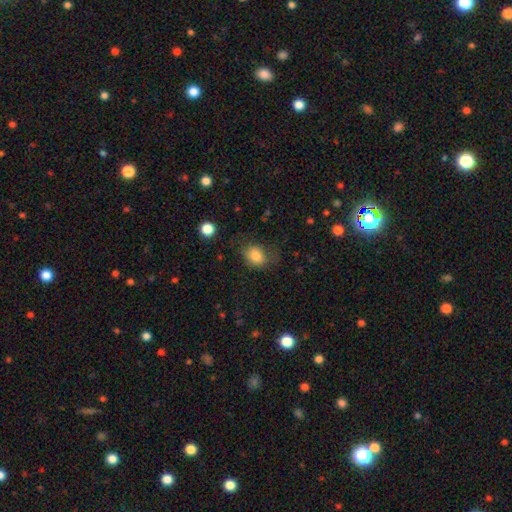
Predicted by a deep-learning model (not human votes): A smooth galaxy with no disk features (81%) that is in between round and cigar-shaped (61%).

Vote fractions:
- Smooth or featured? smooth: 81% / star or artifact: 10% / featured or disk: 9%
- How rounded? in between: 61% / round: 38% / cigar-shaped: 1%
- Merging? none: 60% / minor disturbance: 25% / major disturbance: 14% / merger: 2%